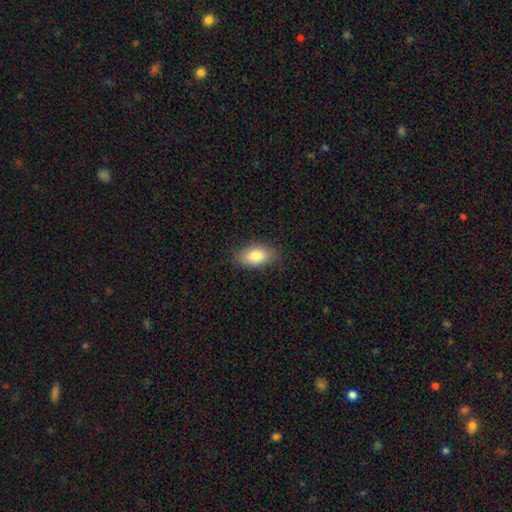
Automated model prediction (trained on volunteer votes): A smooth galaxy with no disk features (84%) that is in between round and cigar-shaped (92%). Merging: none (84%).